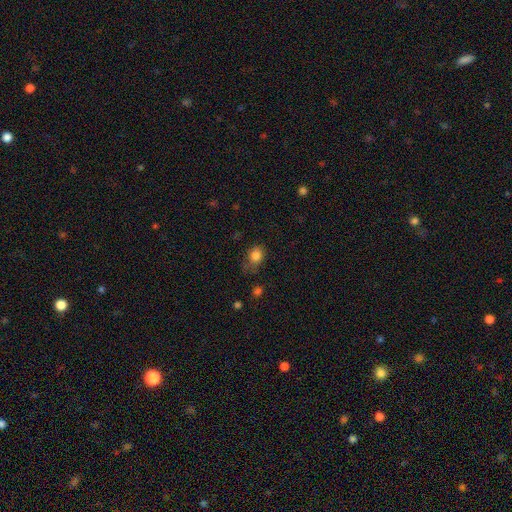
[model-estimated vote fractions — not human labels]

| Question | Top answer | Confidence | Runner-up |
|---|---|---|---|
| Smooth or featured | smooth | 83% | star or artifact (10%) |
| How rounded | in between | 53% | round (46%) |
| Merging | none | 56% | minor disturbance (30%) |